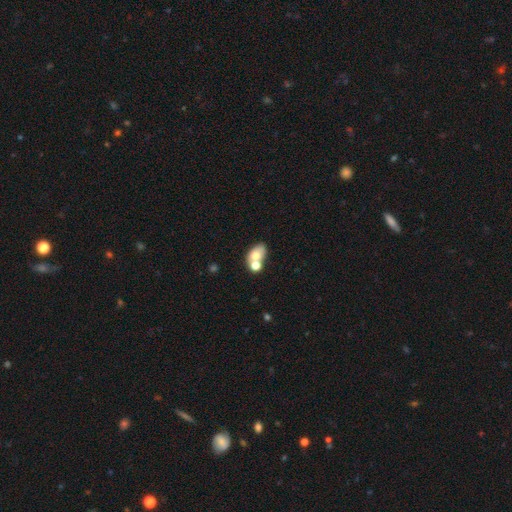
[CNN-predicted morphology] Overall: smooth (65%). How rounded: in between (78%). Merging: merger (52%; none 33%).